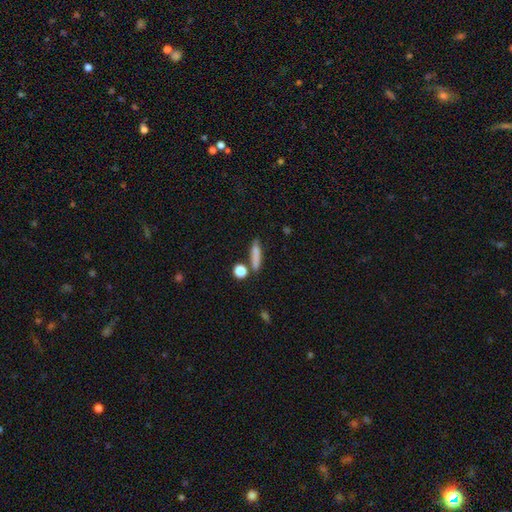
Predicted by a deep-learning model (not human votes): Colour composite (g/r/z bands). It shows a smooth galaxy with no disk features (77%) that is cigar-shaped (73%). Merging: none (72%).